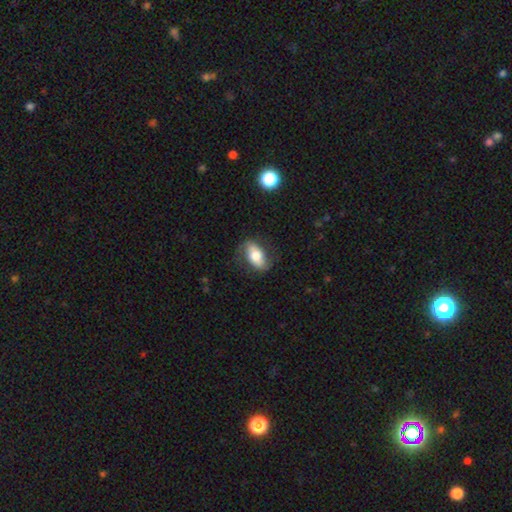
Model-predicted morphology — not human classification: Smooth or featured? smooth (58%)
How rounded? in between (87%)
Merging? none (74%)